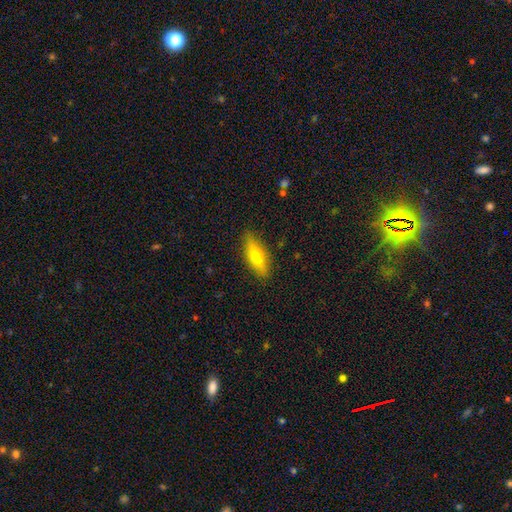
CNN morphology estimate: Overall: smooth (58%; featured or disk 35%). How rounded: cigar-shaped (50%; in between 47%). Merging: none (85%).